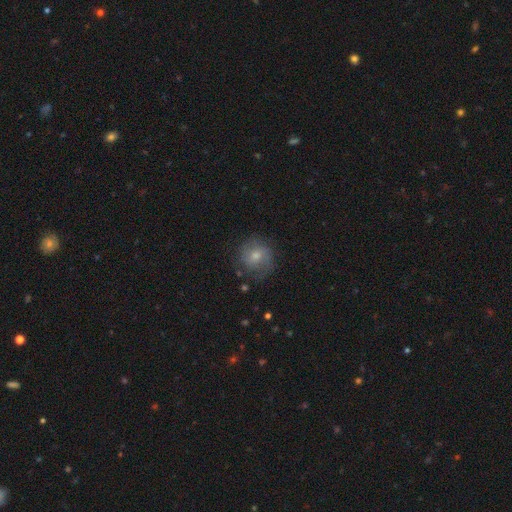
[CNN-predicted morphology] type=featured or disk (47%); merging=none (68%).